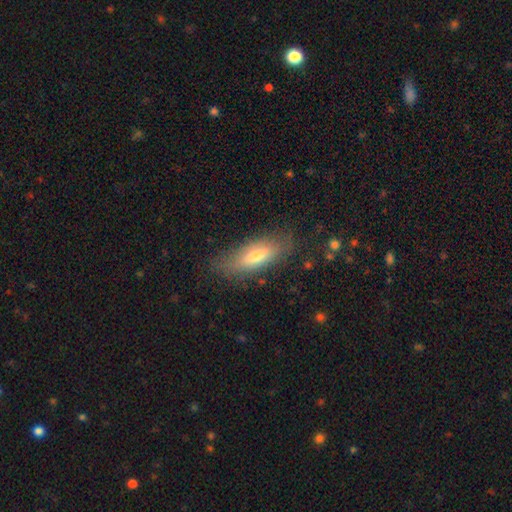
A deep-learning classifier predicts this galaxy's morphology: smooth 69%, featured or disk 24%, star or artifact 7%. Down the decision tree: how rounded — in between (63%); merging — none (80%).